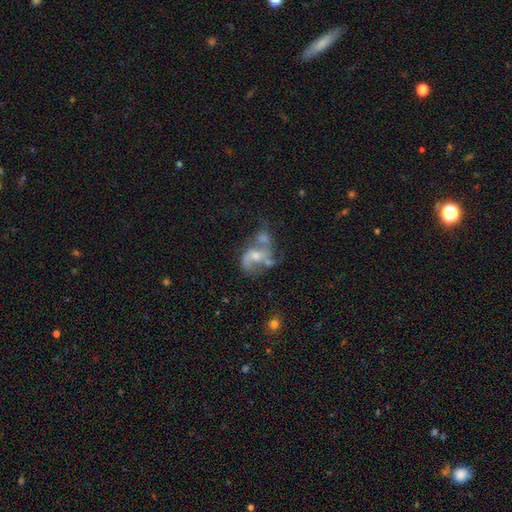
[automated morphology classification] Q: Smooth or featured?
A: featured or disk (65%); runner-up: smooth (24%)
Q: Edge-on disk?
A: no (97%); runner-up: yes (3%)
Q: Bar?
A: no (66%); runner-up: weak (27%)
Q: Spiral arms?
A: yes (70%); runner-up: no (30%)
Q: Bulge size?
A: moderate (52%); runner-up: small (32%)
Q: Merging?
A: merger (47%); runner-up: none (22%)